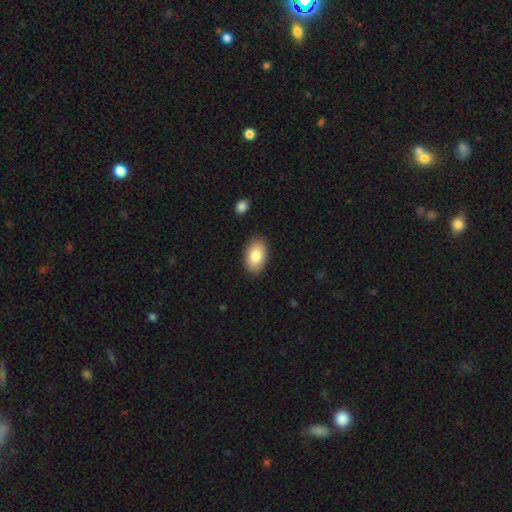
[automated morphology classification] This is clearly a smooth galaxy (85%). How rounded: clearly in between (93%). Merging: clearly none (87%).